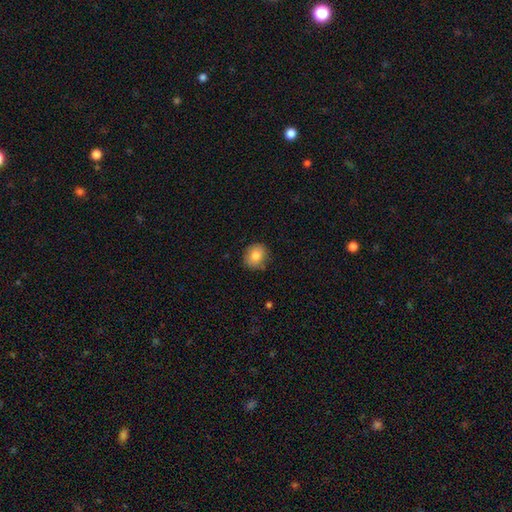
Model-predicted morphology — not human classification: Q: Smooth or featured?
A: smooth (82%); runner-up: featured or disk (9%)
Q: How rounded?
A: round (77%); runner-up: in between (22%)
Q: Merging?
A: none (83%); runner-up: minor disturbance (13%)